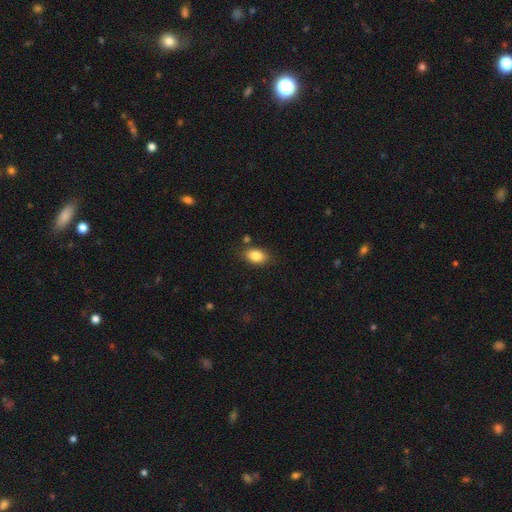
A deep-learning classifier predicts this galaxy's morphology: This appears to be a smooth galaxy with no disk features (84%) that is in between round and cigar-shaped (85%). Merging: none (81%).